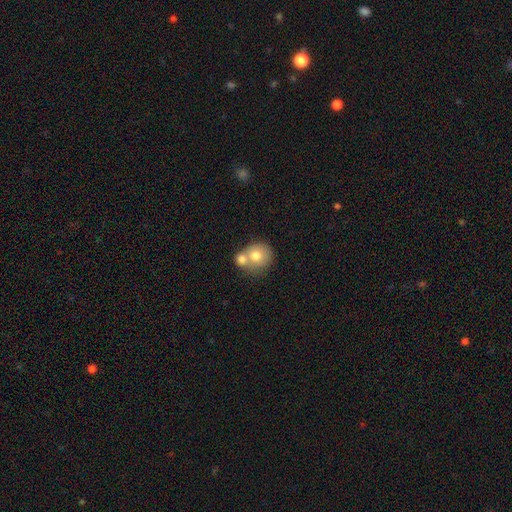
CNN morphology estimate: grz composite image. It shows a smooth galaxy with no disk features (72%) that is round (80%). Merging: merger (57%).